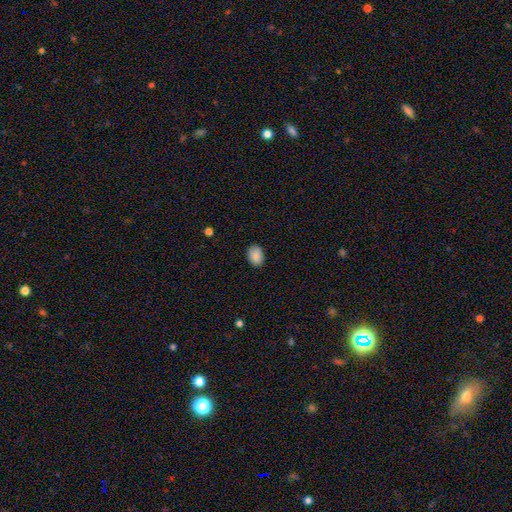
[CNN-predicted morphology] smooth-or-featured: smooth: 89% | star or artifact: 8% | featured or disk: 3%
  how-rounded: in between: 75% | round: 24% | cigar-shaped: 1%
  merging: none: 86% | minor disturbance: 10% | major disturbance: 2% | merger: 1%